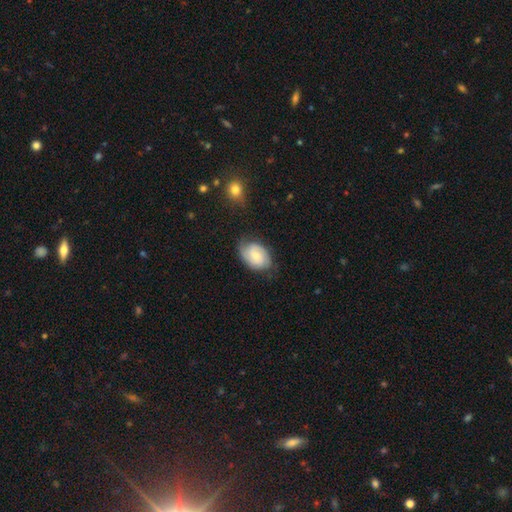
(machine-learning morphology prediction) Overall: featured or disk (50%; smooth 42%). Edge-on disk: no (96%). Merging: none (66%).